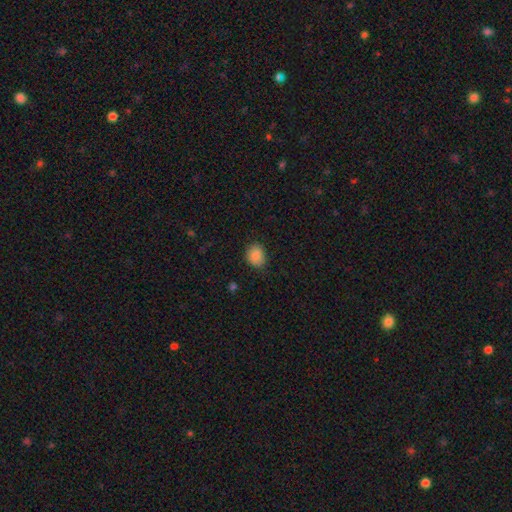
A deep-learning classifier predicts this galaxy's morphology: This is clearly a smooth galaxy (86%). How rounded: possibly round (57%). Merging: clearly none (80%).